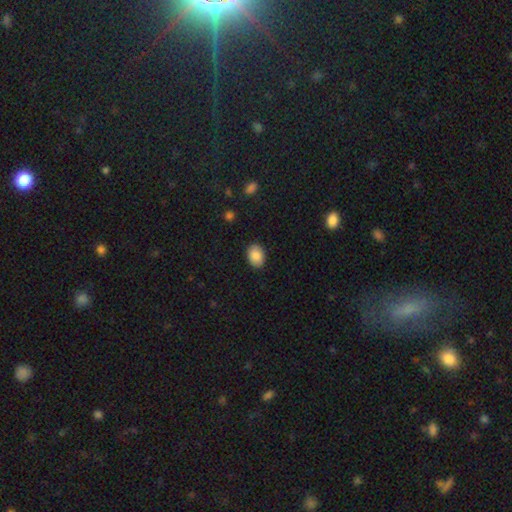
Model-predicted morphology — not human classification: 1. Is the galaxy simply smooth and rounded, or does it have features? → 88% smooth, 7% star or artifact, 5% featured or disk.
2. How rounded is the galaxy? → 79% in between, 20% round, 1% cigar-shaped.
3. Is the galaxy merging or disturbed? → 89% none, 8% minor disturbance, 2% major disturbance, 1% merger.